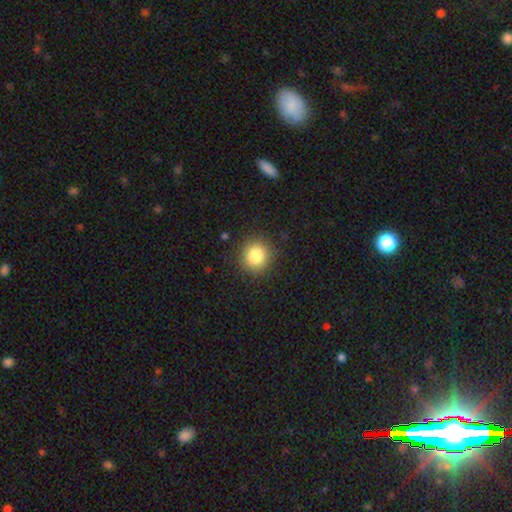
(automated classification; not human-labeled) This is clearly a smooth galaxy (83%). How rounded: clearly round (90%). Merging: clearly none (89%).